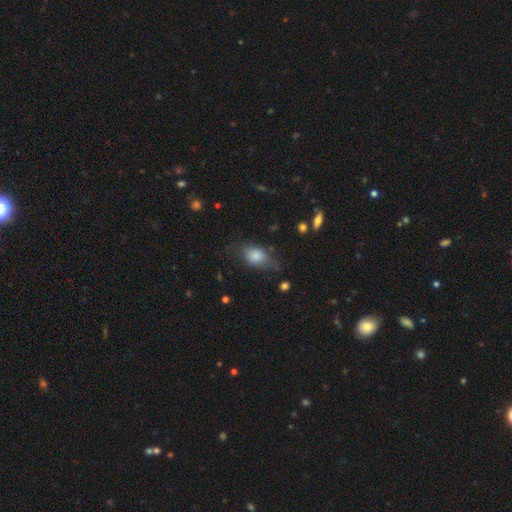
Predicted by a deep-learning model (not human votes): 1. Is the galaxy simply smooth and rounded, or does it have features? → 78% smooth, 14% featured or disk, 8% star or artifact.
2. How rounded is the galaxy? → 80% in between, 17% round, 3% cigar-shaped.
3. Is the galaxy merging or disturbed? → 55% none, 29% minor disturbance, 14% major disturbance, 2% merger.